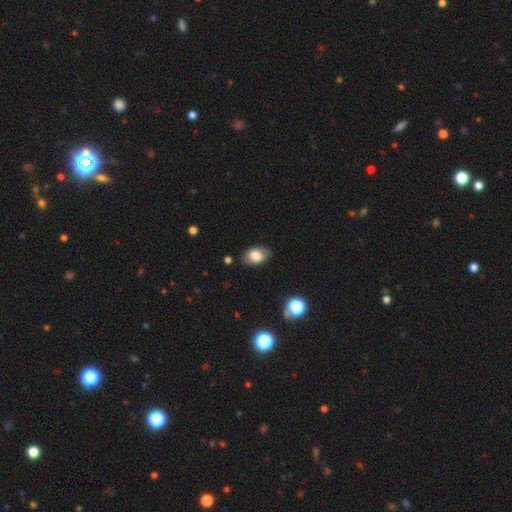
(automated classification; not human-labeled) Smooth or featured? Predicted: smooth (p=0.79). How rounded? Predicted: in between (p=0.88). Merging? Predicted: none (p=0.84).